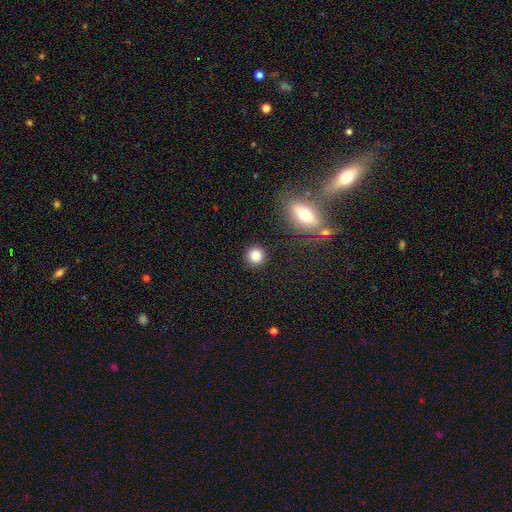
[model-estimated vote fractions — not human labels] Q: Smooth or featured?
A: smooth (83%); runner-up: star or artifact (12%)
Q: How rounded?
A: round (93%); runner-up: in between (6%)
Q: Merging?
A: none (89%); runner-up: minor disturbance (6%)